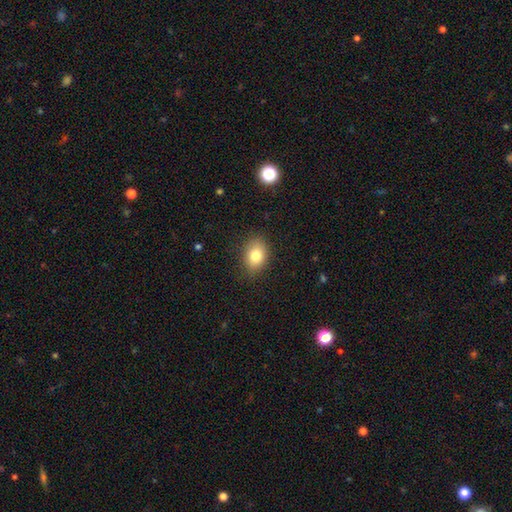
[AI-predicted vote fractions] This appears to be a smooth galaxy with no disk features (80%) that is in between round and cigar-shaped (73%). Merging: none (84%).